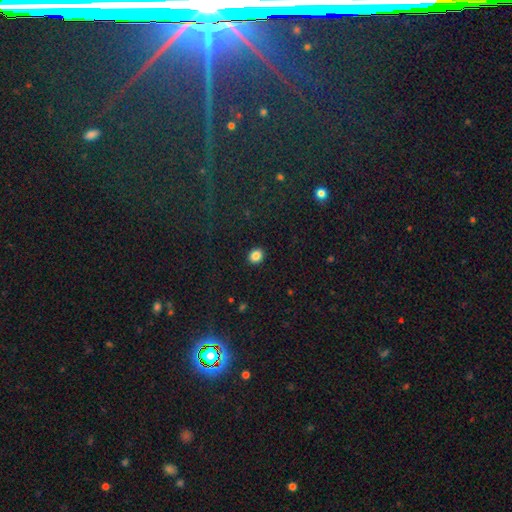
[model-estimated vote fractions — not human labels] Smooth or featured: smooth — 86% (star or artifact — 10%)
How rounded: round — 68% (in between — 31%)
Merging: none — 92% (minor disturbance — 6%)